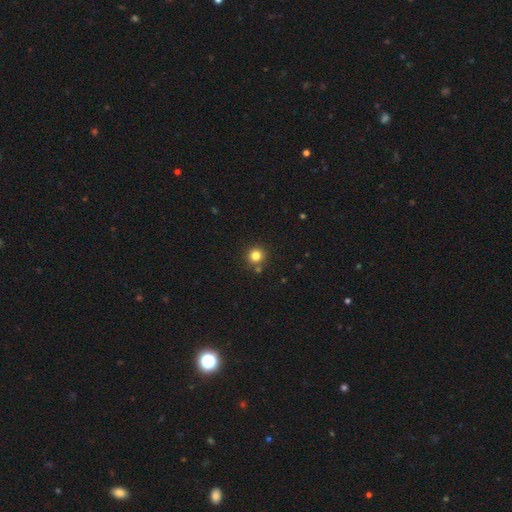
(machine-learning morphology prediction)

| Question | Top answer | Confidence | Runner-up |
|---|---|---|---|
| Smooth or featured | smooth | 81% | star or artifact (13%) |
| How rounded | round | 93% | in between (6%) |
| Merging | none | 83% | minor disturbance (7%) |